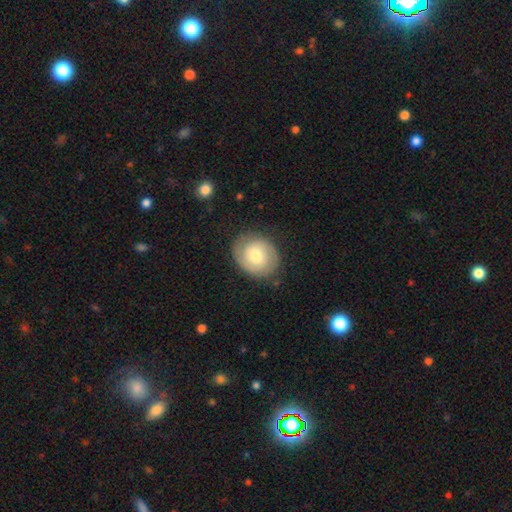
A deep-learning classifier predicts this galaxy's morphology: A featured or disk galaxy (54%) with no bar (63%), spiral arms (81%) and a moderate central bulge (66%).

Vote fractions:
- Smooth or featured? featured or disk: 54% / smooth: 39% / star or artifact: 7%
- Edge-on disk? no: 97% / yes: 3%
- Bar? no: 63% / weak: 31% / strong: 6%
- Spiral arms? yes: 81% / no: 19%
- Bulge size? moderate: 66% / small: 26% / large: 6% / none: 1% / dominant: 1%
- Merging? none: 80% / minor disturbance: 14% / major disturbance: 5% / merger: 1%